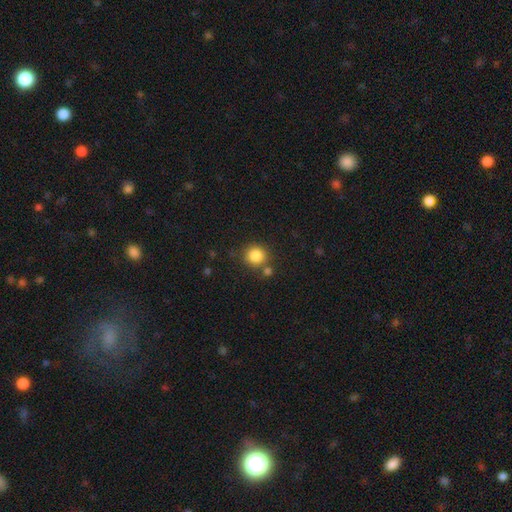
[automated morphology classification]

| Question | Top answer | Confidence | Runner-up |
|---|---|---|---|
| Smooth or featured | smooth | 85% | star or artifact (10%) |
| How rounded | round | 90% | in between (9%) |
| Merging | none | 75% | merger (12%) |